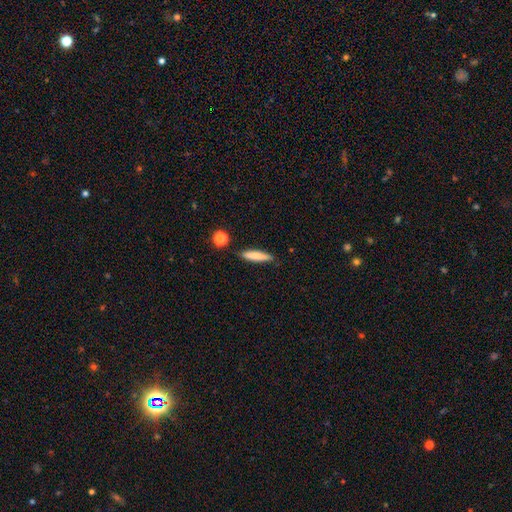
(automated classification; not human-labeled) Smooth or featured?
  - smooth: 76% *
  - featured or disk: 17%
  - star or artifact: 7%
How rounded?
  - cigar-shaped: 84% *
  - in between: 14%
  - round: 2%
Merging?
  - none: 86% *
  - minor disturbance: 9%
  - merger: 3%
  - major disturbance: 2%